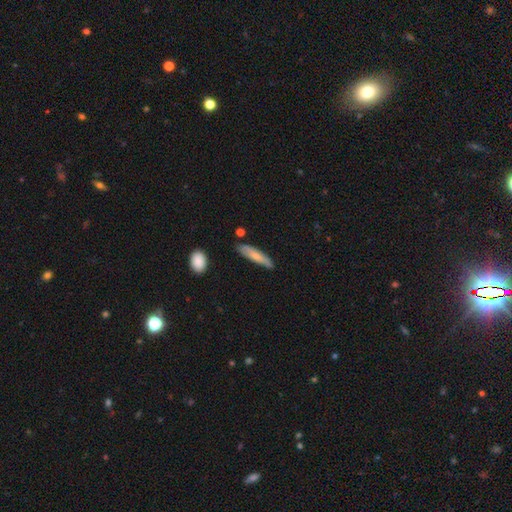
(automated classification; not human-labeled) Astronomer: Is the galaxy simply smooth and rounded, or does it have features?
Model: smooth — 68%.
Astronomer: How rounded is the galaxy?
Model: cigar-shaped — 74%.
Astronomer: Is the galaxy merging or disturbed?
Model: none — 74%.